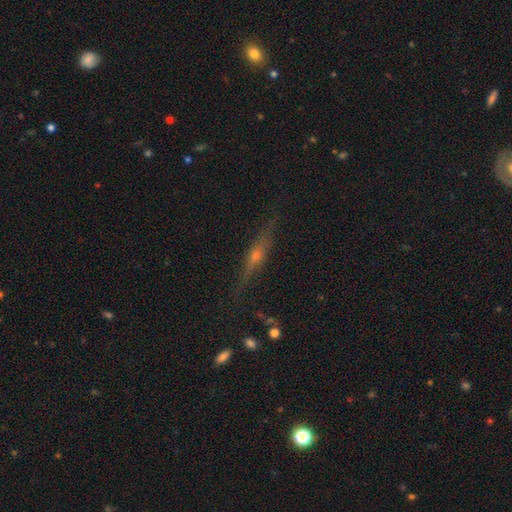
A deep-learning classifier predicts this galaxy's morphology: Smooth or featured?
  - featured or disk: 68% *
  - smooth: 20%
  - star or artifact: 12%
Edge-on disk?
  - yes: 94% *
  - no: 6%
Edge-on bulge?
  - rounded: 86% *
  - none: 9%
  - boxy: 5%
Merging?
  - none: 84% *
  - minor disturbance: 11%
  - major disturbance: 3%
  - merger: 2%